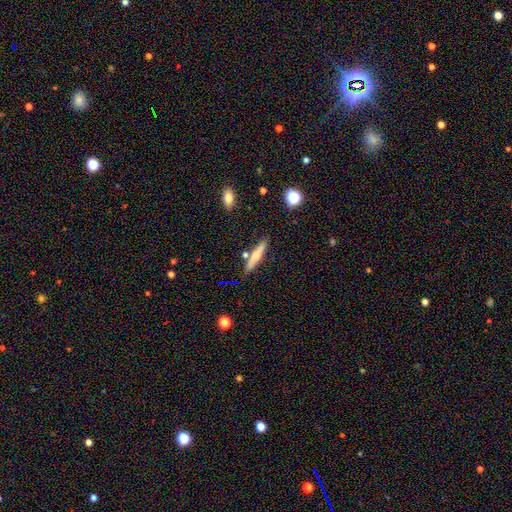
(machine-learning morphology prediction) A smooth galaxy with no disk features (54%) that is cigar-shaped (88%).

Vote fractions:
- Smooth or featured? smooth: 54% / featured or disk: 39% / star or artifact: 8%
- How rounded? cigar-shaped: 88% / in between: 10% / round: 2%
- Merging? none: 79% / minor disturbance: 11% / merger: 8% / major disturbance: 2%